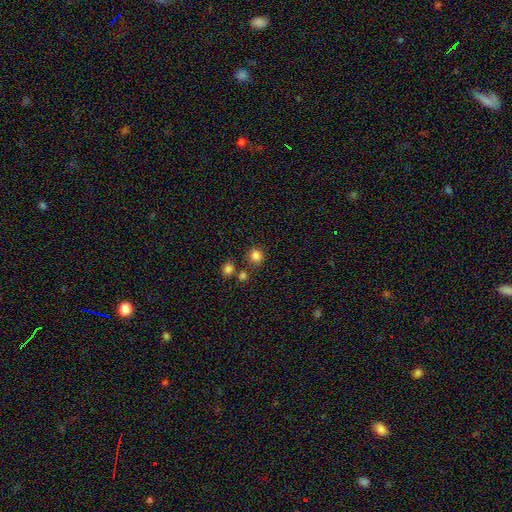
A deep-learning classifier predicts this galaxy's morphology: smooth-or-featured: smooth: 83% | star or artifact: 13% | featured or disk: 4%
  how-rounded: round: 86% | in between: 13% | cigar-shaped: 1%
  merging: none: 78% | merger: 10% | minor disturbance: 9% | major disturbance: 4%